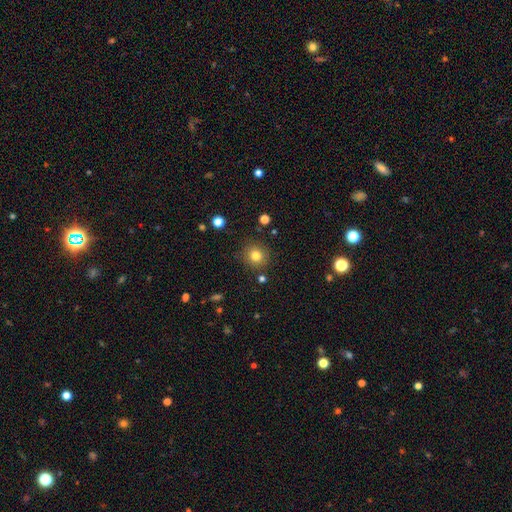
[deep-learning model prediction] smooth-or-featured: smooth: 80% | star or artifact: 12% | featured or disk: 7%
  how-rounded: round: 92% | in between: 8% | cigar-shaped: 1%
  merging: none: 86% | minor disturbance: 9% | major disturbance: 3% | merger: 3%